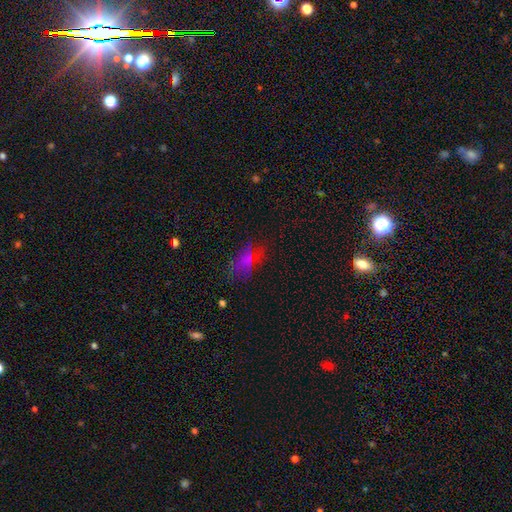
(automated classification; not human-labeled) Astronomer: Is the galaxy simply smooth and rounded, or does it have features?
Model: smooth — 42% (runner-up: star or artifact, 34%).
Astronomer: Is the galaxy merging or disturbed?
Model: none — 66%.